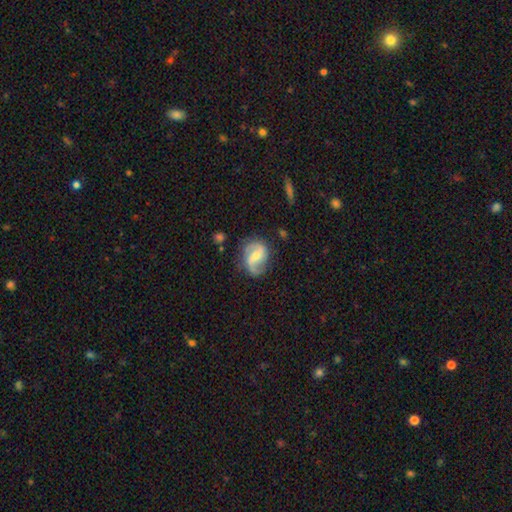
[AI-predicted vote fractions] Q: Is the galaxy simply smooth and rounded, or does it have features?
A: featured or disk — 80%.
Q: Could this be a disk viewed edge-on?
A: no — 98%.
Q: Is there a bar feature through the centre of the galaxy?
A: weak — 50%.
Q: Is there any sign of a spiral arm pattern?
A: yes — 94%.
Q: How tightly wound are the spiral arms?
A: medium — 43%, tied with loose.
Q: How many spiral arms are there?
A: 2 — 85%.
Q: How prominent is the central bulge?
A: small — 48%.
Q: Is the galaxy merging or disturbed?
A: none — 69%.